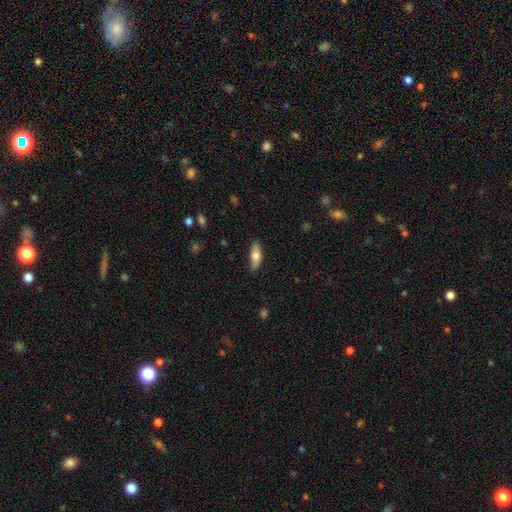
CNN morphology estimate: Q: Smooth or featured?
A: smooth (66%); runner-up: featured or disk (28%)
Q: How rounded?
A: in between (62%); runner-up: cigar-shaped (36%)
Q: Merging?
A: none (85%); runner-up: minor disturbance (12%)